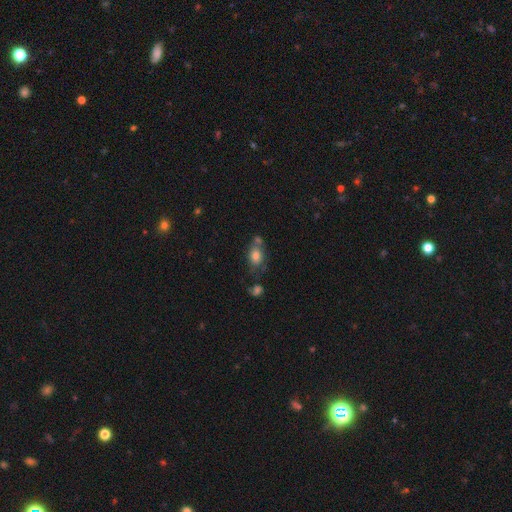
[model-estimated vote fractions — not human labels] Overall: smooth (78%). How rounded: in between (71%). Merging: none (47%; merger 25%).